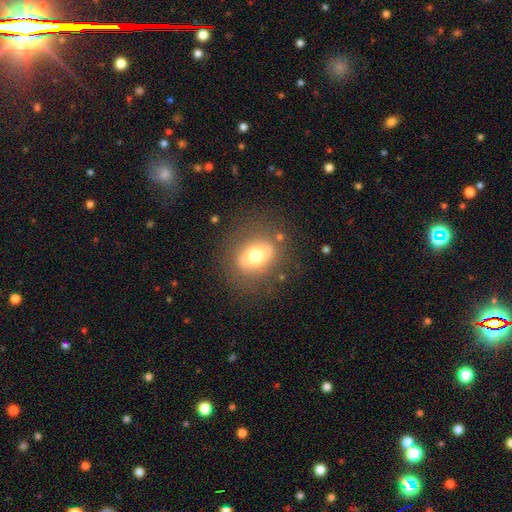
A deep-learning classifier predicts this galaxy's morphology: Smooth or featured: smooth — 61% (featured or disk — 27%)
How rounded: round — 57% (in between — 41%)
Merging: none — 78% (minor disturbance — 13%)